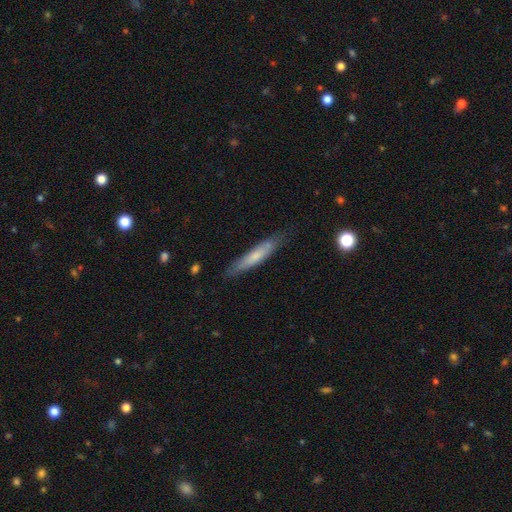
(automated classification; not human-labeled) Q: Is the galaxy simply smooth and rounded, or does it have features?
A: smooth — 63%.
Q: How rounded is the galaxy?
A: cigar-shaped — 89%.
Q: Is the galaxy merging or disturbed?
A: none — 79%.